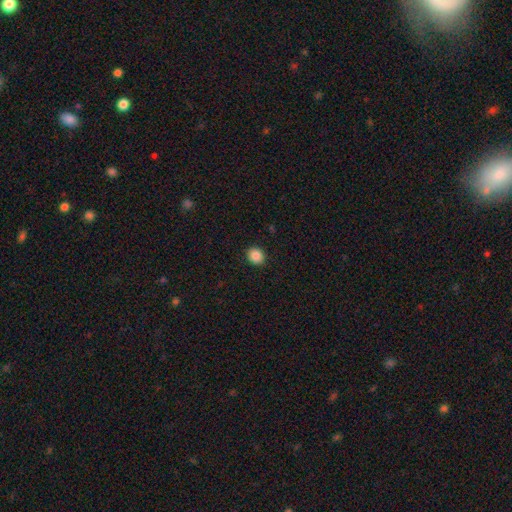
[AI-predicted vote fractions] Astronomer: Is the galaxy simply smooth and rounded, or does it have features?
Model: smooth — 86%.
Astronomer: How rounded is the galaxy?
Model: round — 72%.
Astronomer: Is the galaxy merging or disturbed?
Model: none — 92%.